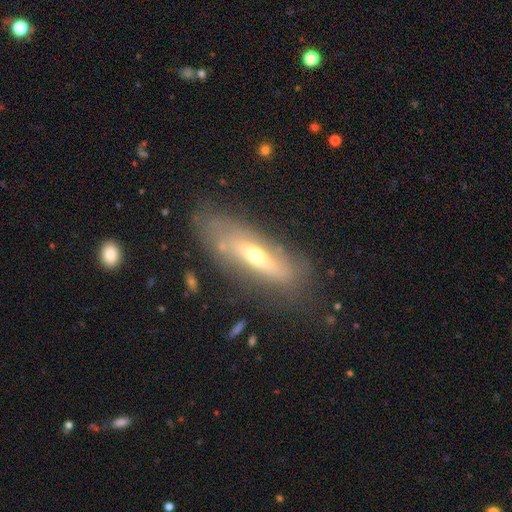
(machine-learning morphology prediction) A featured or disk galaxy (56%) viewed edge-on (53%).

Vote fractions:
- Smooth or featured? featured or disk: 56% / smooth: 36% / star or artifact: 8%
- Edge-on disk? yes: 53% / no: 47%
- Merging? none: 69% / minor disturbance: 20% / major disturbance: 8% / merger: 3%